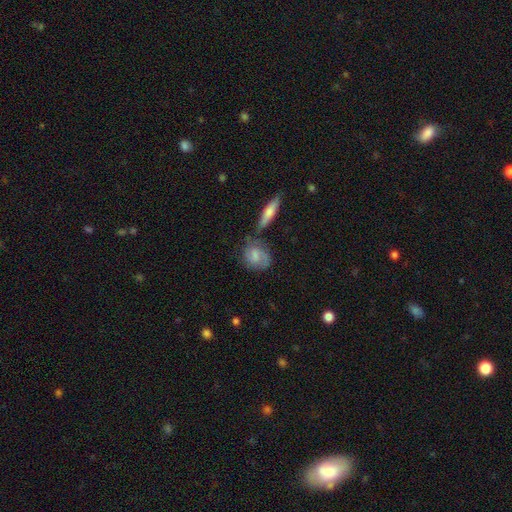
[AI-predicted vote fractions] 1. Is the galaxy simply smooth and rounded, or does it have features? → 57% smooth, 36% featured or disk, 7% star or artifact.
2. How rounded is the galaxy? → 49% in between, 47% round, 5% cigar-shaped.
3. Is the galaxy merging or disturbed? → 56% none, 22% minor disturbance, 14% merger, 9% major disturbance.